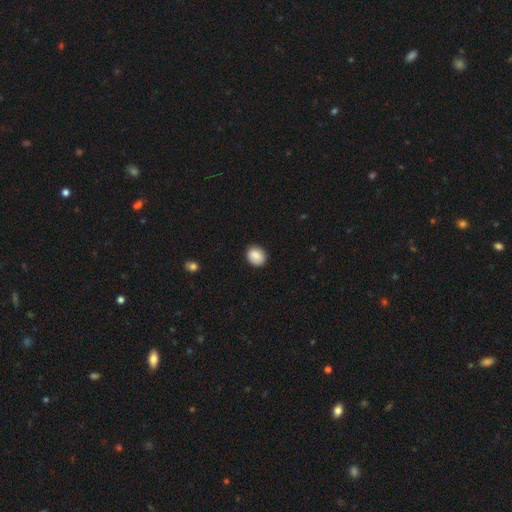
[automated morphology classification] smooth_or_featured: smooth (p=0.85) [alt: star or artifact p=0.08]
how_rounded: round (p=0.59) [alt: in between p=0.40]
merging: none (p=0.87) [alt: minor disturbance p=0.10]